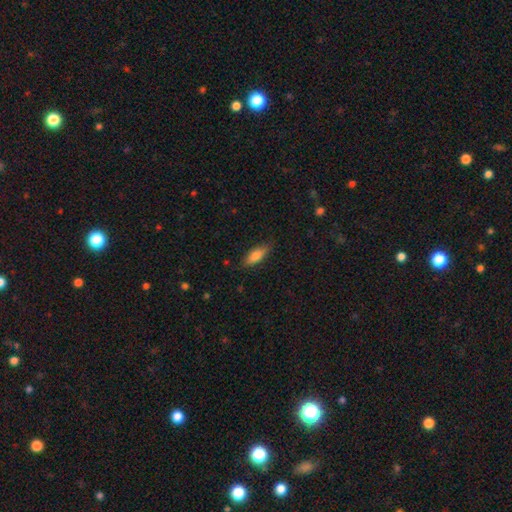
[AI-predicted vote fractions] The model was most divided on "how rounded": in between: 66%, cigar-shaped: 32%, round: 2%. More confident: merging — none (81%); smooth or featured — smooth (76%).